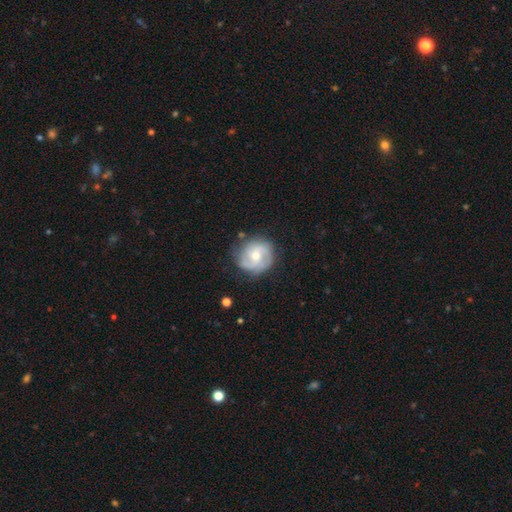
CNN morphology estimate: A featured or disk galaxy (74%) with no bar (55%), 2 (50%) medium (45%) spiral arms (93%) and a moderate central bulge (56%). Merging: none (75%).